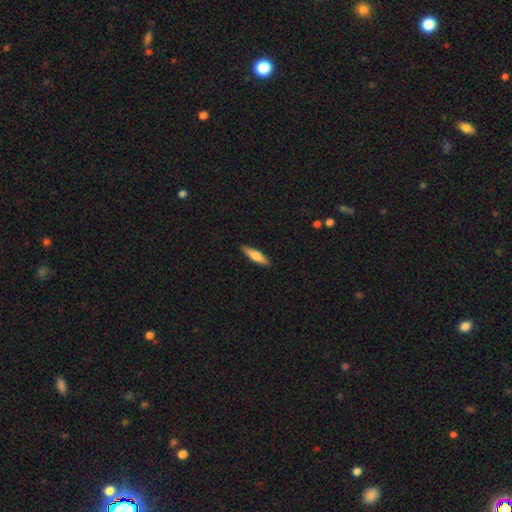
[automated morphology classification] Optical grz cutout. It shows a smooth galaxy with no disk features (65%) that is cigar-shaped (74%). Merging: none (89%).